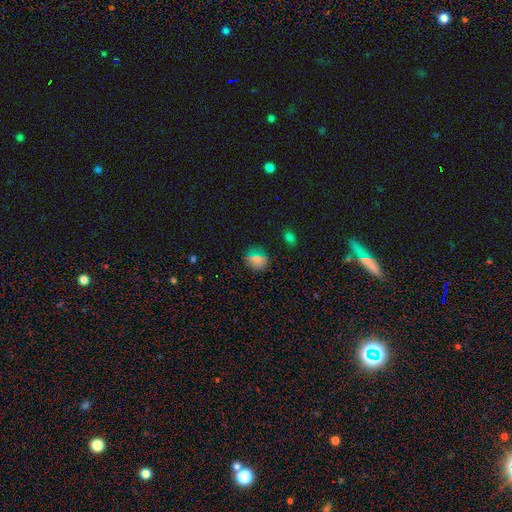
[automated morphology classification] Smooth or featured? smooth (70%)
How rounded? round (74%)
Merging? none (85%)